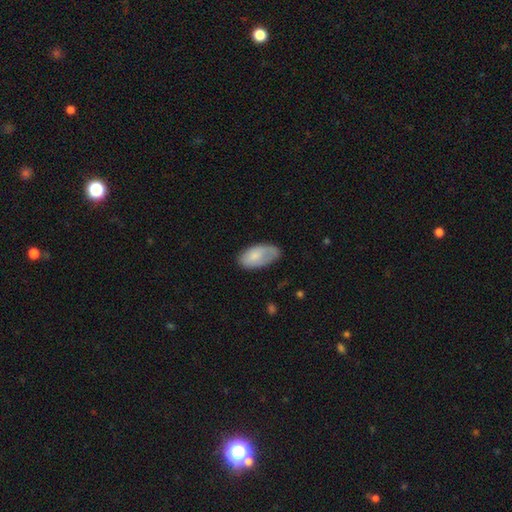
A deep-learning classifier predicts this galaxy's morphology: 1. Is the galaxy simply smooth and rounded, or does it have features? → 75% smooth, 19% featured or disk, 6% star or artifact.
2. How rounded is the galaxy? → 95% in between, 3% round, 2% cigar-shaped.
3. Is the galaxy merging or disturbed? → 59% none, 29% minor disturbance, 10% major disturbance, 2% merger.